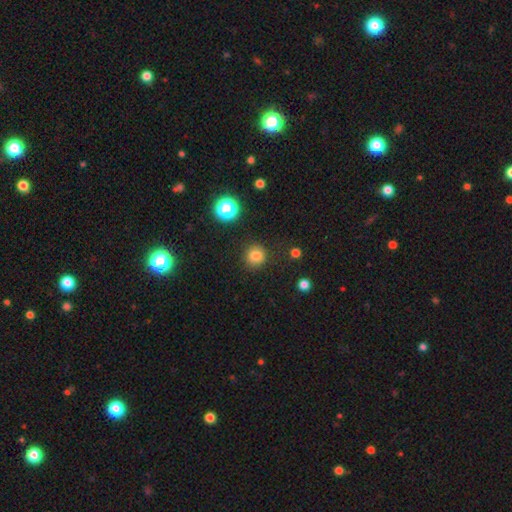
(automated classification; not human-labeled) A smooth galaxy with no disk features (81%) that is round (89%).

Vote fractions:
- Smooth or featured? smooth: 81% / star or artifact: 14% / featured or disk: 6%
- How rounded? round: 89% / in between: 10% / cigar-shaped: 1%
- Merging? none: 87% / minor disturbance: 8% / major disturbance: 3% / merger: 2%